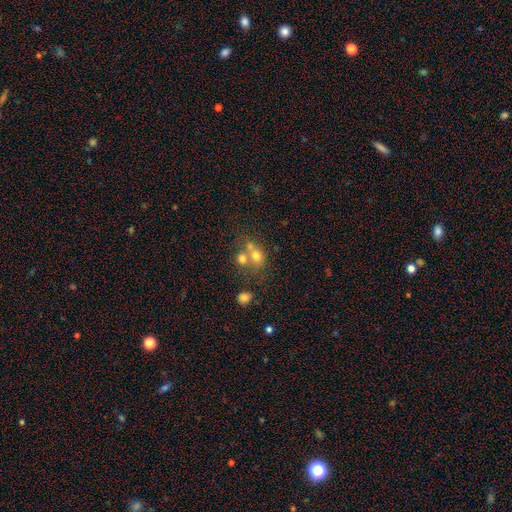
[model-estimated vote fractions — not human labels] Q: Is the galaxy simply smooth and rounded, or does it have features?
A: smooth — 64%.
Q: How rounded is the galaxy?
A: round — 63%.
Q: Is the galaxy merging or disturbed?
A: merger — 55%.